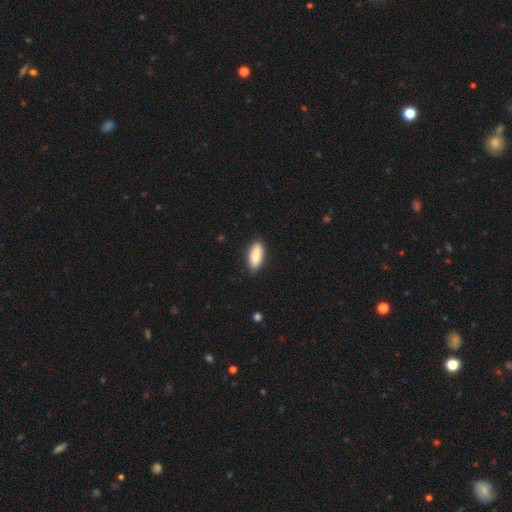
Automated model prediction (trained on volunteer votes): Smooth or featured: smooth — 90% (star or artifact — 6%)
How rounded: in between — 83% (cigar-shaped — 15%)
Merging: none — 86% (minor disturbance — 11%)